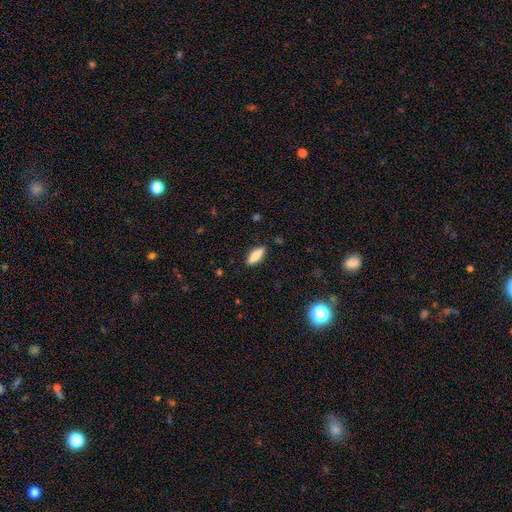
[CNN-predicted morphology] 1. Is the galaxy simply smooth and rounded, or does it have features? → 80% smooth, 12% featured or disk, 7% star or artifact.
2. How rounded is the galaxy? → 56% in between, 42% cigar-shaped, 2% round.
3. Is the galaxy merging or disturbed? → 87% none, 10% minor disturbance, 2% major disturbance, 1% merger.